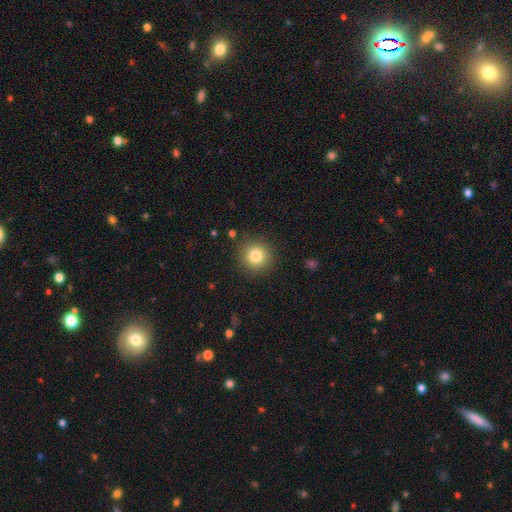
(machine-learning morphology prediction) smooth 82%, star or artifact 11%, featured or disk 7%. Down the decision tree: how rounded — round (93%); merging — none (89%).